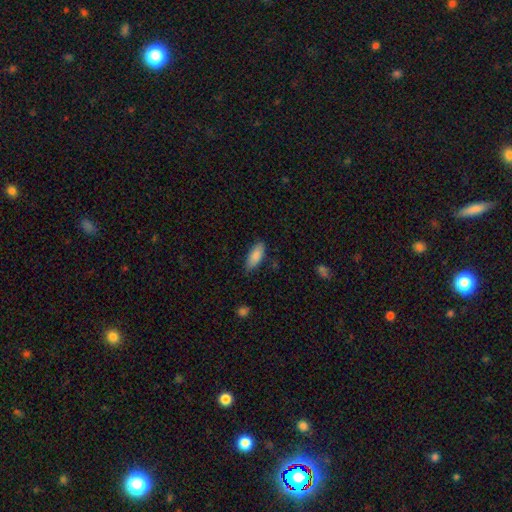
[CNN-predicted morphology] Q: Smooth or featured?
A: smooth (86%); runner-up: featured or disk (7%)
Q: How rounded?
A: in between (81%); runner-up: cigar-shaped (18%)
Q: Merging?
A: none (81%); runner-up: minor disturbance (15%)